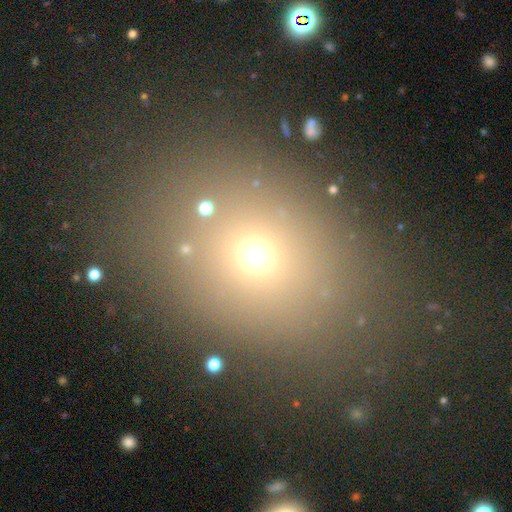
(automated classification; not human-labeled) Q: Smooth or featured?
A: smooth (63%); runner-up: star or artifact (24%)
Q: How rounded?
A: in between (52%); runner-up: round (46%)
Q: Merging?
A: none (78%); runner-up: minor disturbance (11%)